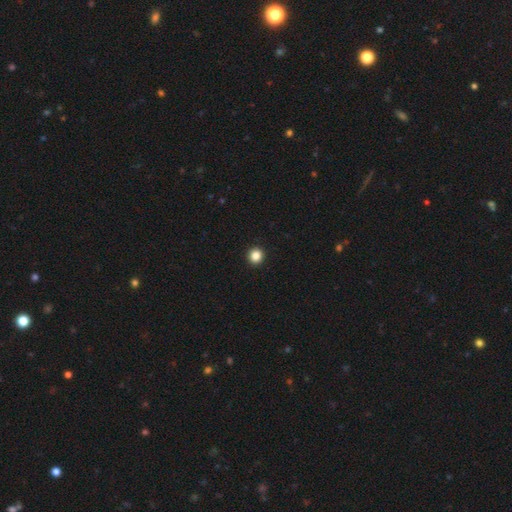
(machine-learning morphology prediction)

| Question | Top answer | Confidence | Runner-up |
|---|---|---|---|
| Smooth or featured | smooth | 85% | star or artifact (11%) |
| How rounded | round | 94% | in between (5%) |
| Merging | none | 94% | minor disturbance (4%) |